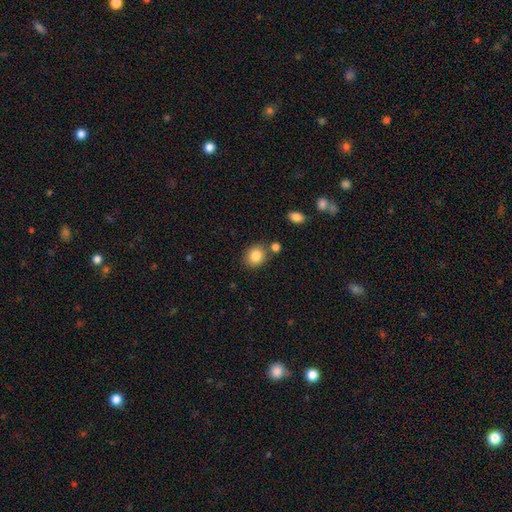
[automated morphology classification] smooth 84%, star or artifact 9%, featured or disk 7%. Down the decision tree: how rounded — round (70%); merging — none (78%).